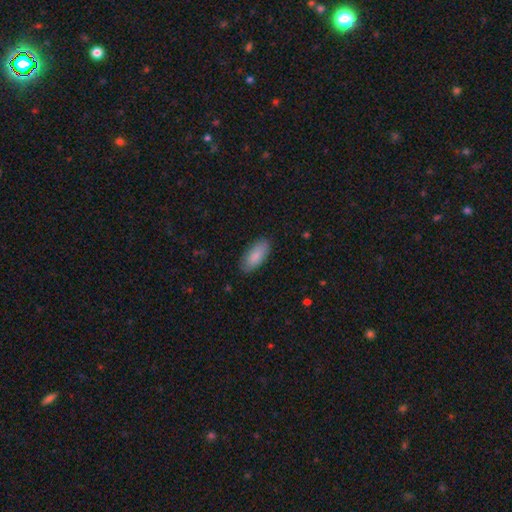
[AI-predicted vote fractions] Morphology: type=smooth (88%); roundness=in between (86%); merging=none (86%).